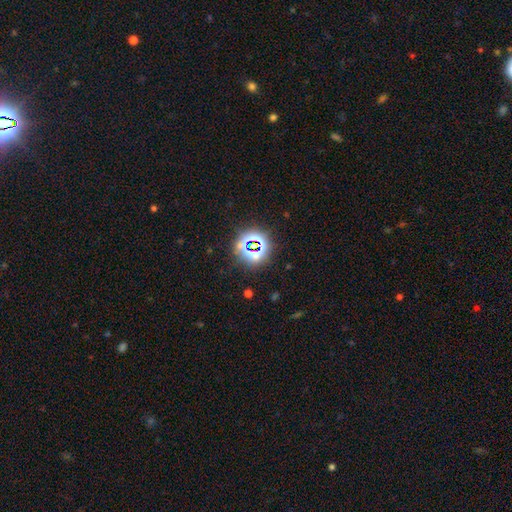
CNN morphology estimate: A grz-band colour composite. It shows a star or artifact, not a galaxy (72%).